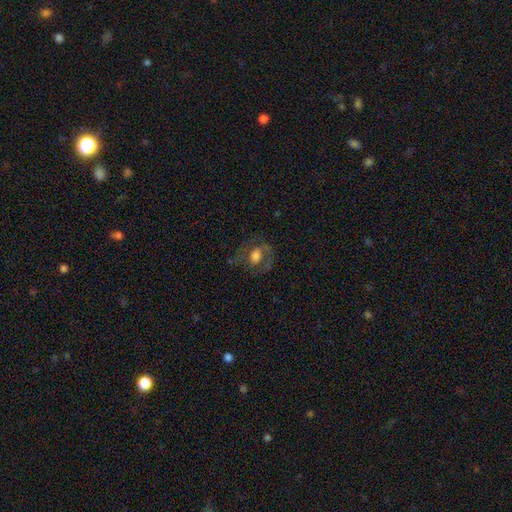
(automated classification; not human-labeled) This appears to be a featured or disk galaxy (46%). Merging: none (63%).